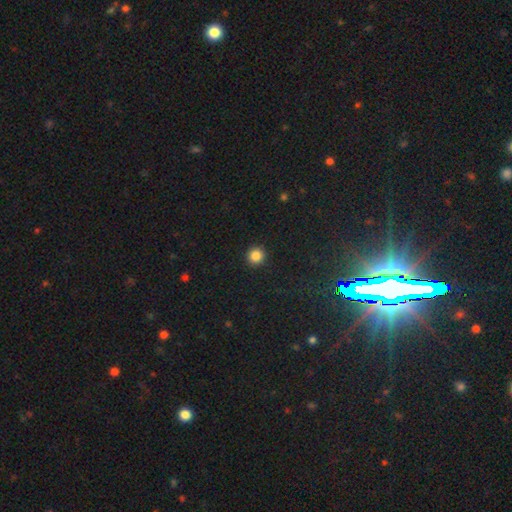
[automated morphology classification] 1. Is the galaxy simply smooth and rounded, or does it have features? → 86% smooth, 11% star or artifact, 3% featured or disk.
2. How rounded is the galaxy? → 94% round, 5% in between, 1% cigar-shaped.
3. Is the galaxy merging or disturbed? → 93% none, 4% minor disturbance, 2% major disturbance, 1% merger.